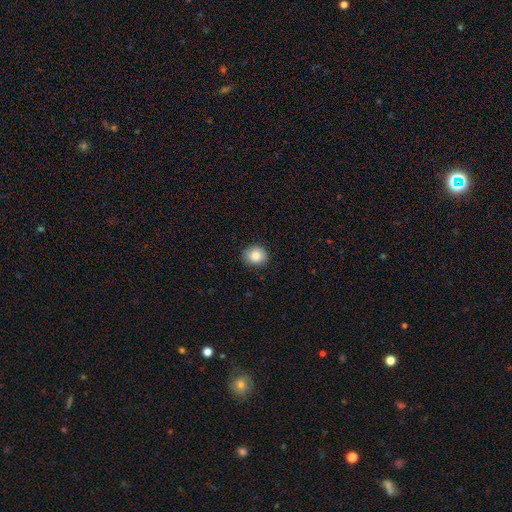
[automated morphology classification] type=smooth (85%); roundness=round (78%); merging=none (86%).